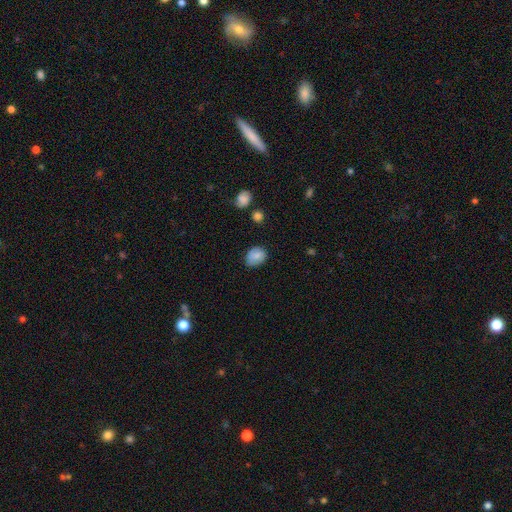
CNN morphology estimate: Smooth or featured?
  - smooth: 80% *
  - featured or disk: 12%
  - star or artifact: 8%
How rounded?
  - in between: 59% *
  - round: 40%
  - cigar-shaped: 1%
Merging?
  - none: 71% *
  - minor disturbance: 22%
  - major disturbance: 5%
  - merger: 2%